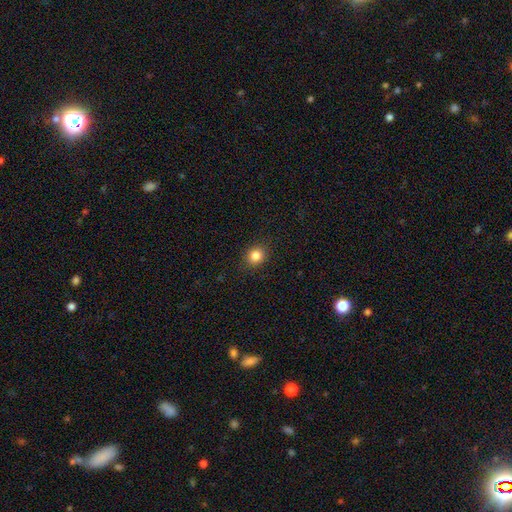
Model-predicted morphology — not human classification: A smooth galaxy with no disk features (84%) that is round (76%). Merging: none (89%).